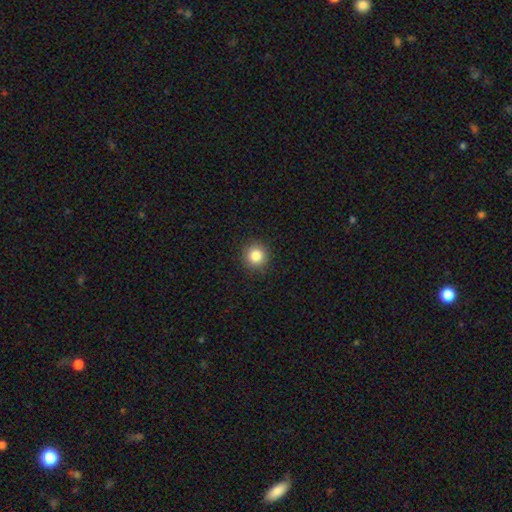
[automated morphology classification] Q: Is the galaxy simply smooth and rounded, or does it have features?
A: smooth — 84%.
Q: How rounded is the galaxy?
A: round — 94%.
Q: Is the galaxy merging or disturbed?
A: none — 91%.